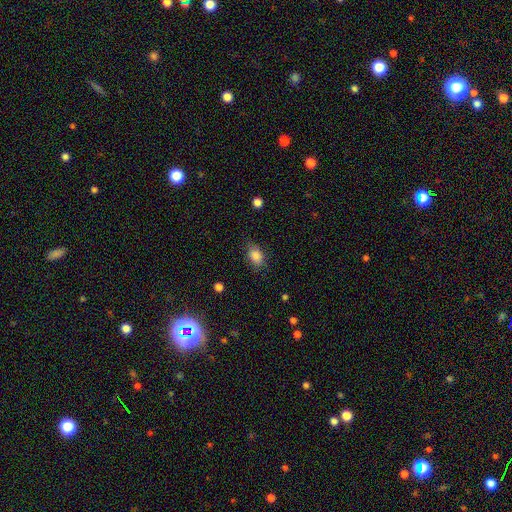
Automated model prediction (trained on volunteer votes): Smooth or featured? smooth (85%)
How rounded? in between (79%)
Merging? none (72%)